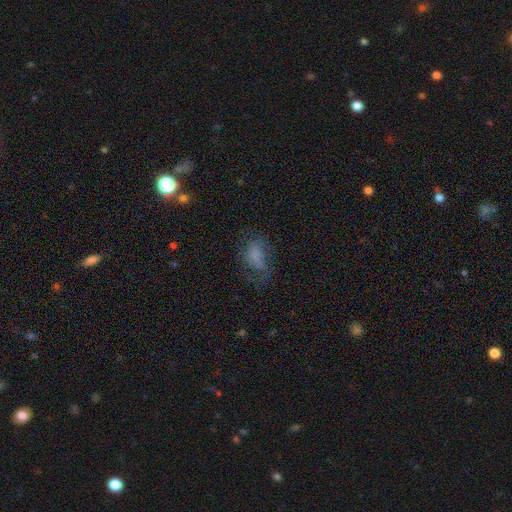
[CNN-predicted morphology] Overall: smooth (58%; featured or disk 26%). How rounded: in between (81%). Merging: none (39%; major disturbance 35%).